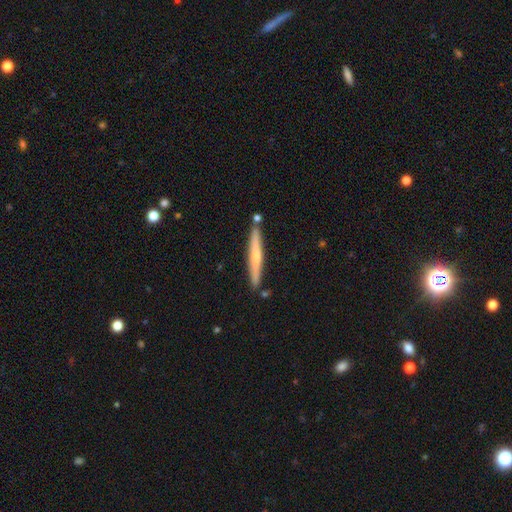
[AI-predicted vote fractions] A smooth galaxy with no disk features (49%). Merging: none (85%).